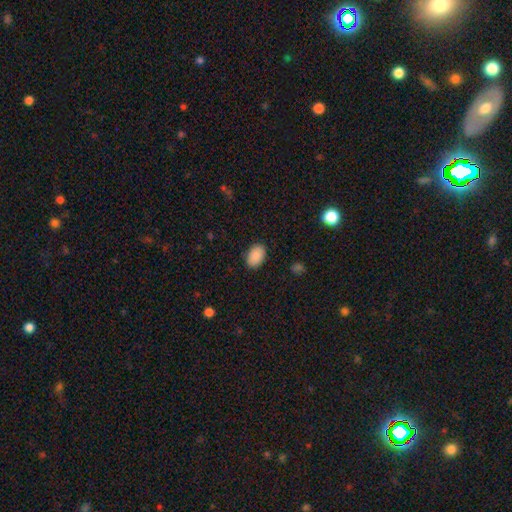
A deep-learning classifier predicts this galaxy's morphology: Smooth or featured: smooth — 89% (star or artifact — 7%)
How rounded: in between — 89% (round — 10%)
Merging: none — 88% (minor disturbance — 9%)